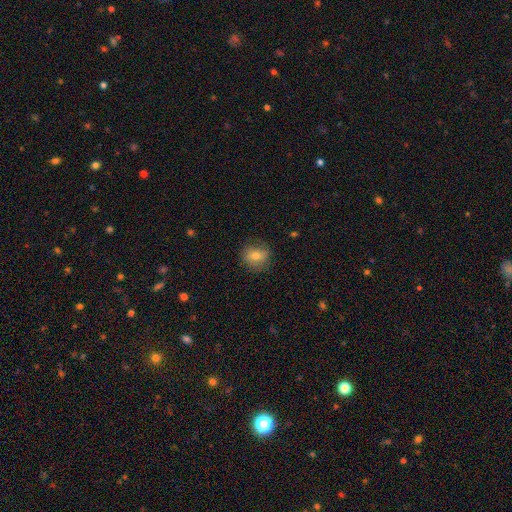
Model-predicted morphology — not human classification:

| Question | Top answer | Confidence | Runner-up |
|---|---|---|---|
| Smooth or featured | smooth | 73% | featured or disk (16%) |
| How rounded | round | 72% | in between (27%) |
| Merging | none | 81% | minor disturbance (14%) |